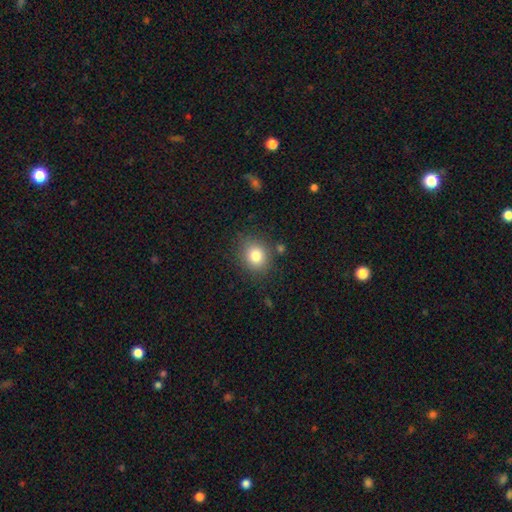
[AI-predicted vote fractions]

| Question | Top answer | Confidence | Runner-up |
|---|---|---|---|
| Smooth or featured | smooth | 81% | star or artifact (11%) |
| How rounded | round | 67% | in between (32%) |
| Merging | none | 81% | minor disturbance (12%) |